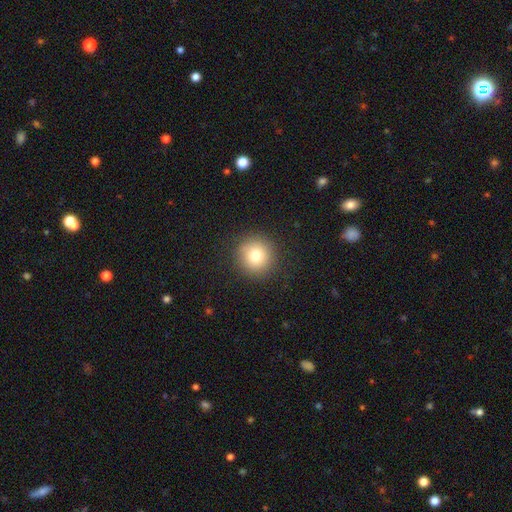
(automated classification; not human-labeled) A smooth galaxy with no disk features (79%) that is round (95%). Merging: none (90%).